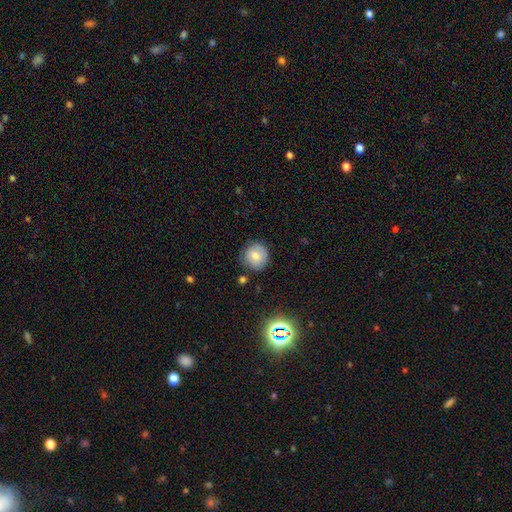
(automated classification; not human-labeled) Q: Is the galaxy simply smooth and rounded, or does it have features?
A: smooth — 68%.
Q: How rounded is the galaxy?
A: round — 91%.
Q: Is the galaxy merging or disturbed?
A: none — 79%.